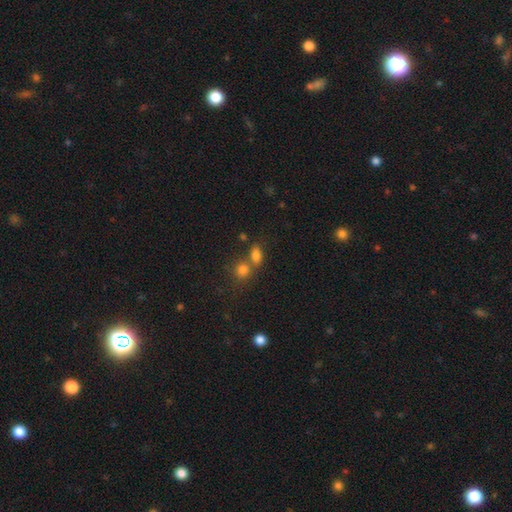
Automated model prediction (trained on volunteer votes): Smooth or featured? smooth (79%)
How rounded? in between (78%)
Merging? none (46%)